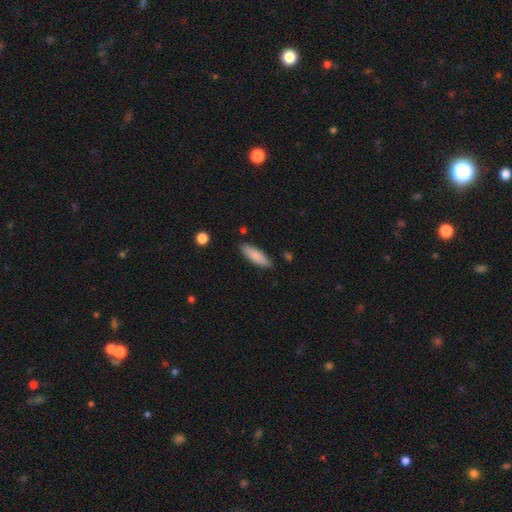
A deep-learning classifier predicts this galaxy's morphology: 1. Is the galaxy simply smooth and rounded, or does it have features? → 84% smooth, 10% featured or disk, 6% star or artifact.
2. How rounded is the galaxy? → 50% cigar-shaped, 48% in between, 2% round.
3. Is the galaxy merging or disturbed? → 86% none, 10% minor disturbance, 2% merger, 2% major disturbance.